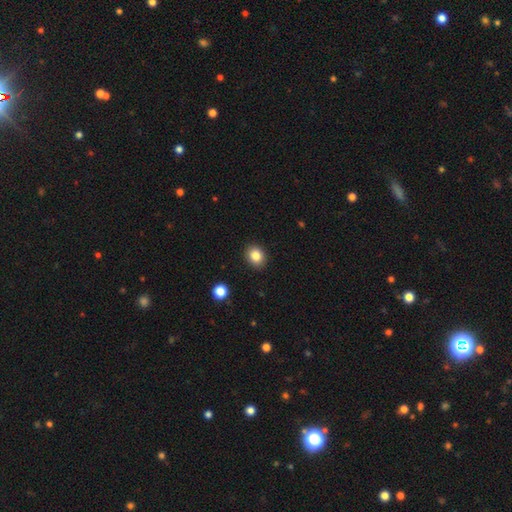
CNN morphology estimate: smooth 84%, star or artifact 10%, featured or disk 5%. Down the decision tree: how rounded — round (61%); merging — none (91%).